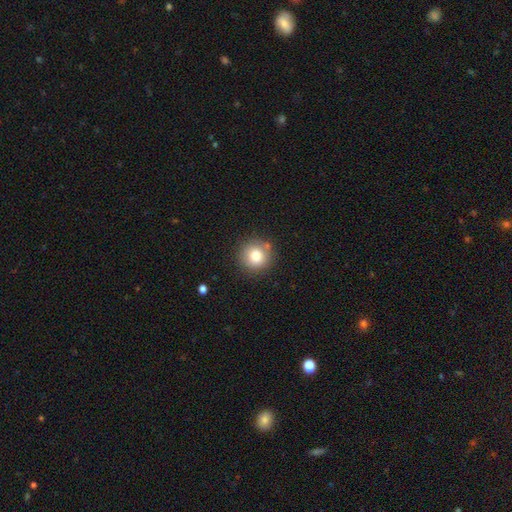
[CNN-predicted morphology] smooth-or-featured: smooth: 80% | star or artifact: 11% | featured or disk: 9%
  how-rounded: round: 92% | in between: 7% | cigar-shaped: 1%
  merging: none: 82% | minor disturbance: 10% | merger: 4% | major disturbance: 3%